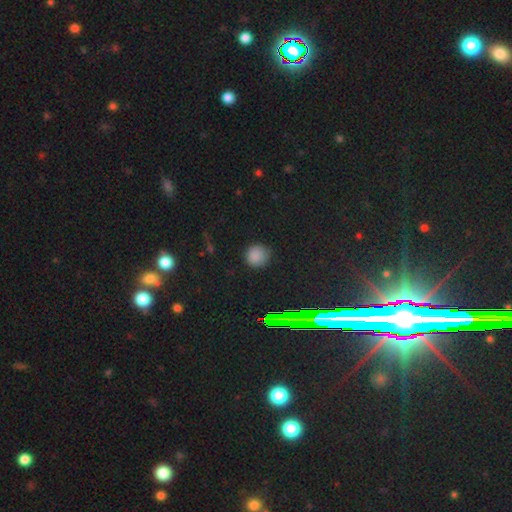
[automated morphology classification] smooth_or_featured: smooth (p=0.77) [alt: star or artifact p=0.18]
how_rounded: round (p=0.90) [alt: in between p=0.09]
merging: none (p=0.86) [alt: minor disturbance p=0.10]